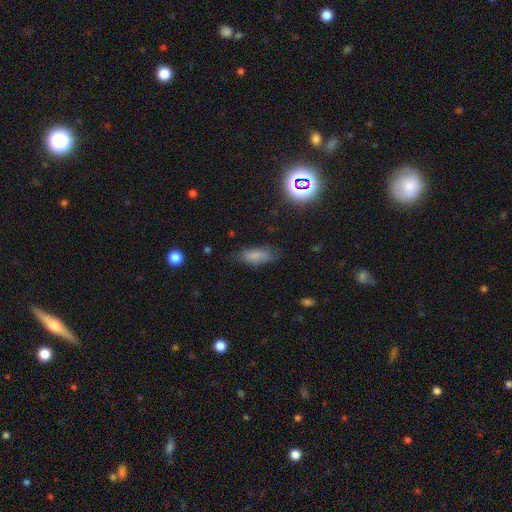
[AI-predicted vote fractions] A smooth galaxy with no disk features (74%) that is in between round and cigar-shaped (80%).

Vote fractions:
- Smooth or featured? smooth: 74% / featured or disk: 14% / star or artifact: 12%
- How rounded? in between: 80% / cigar-shaped: 17% / round: 3%
- Merging? none: 67% / minor disturbance: 24% / major disturbance: 7% / merger: 2%